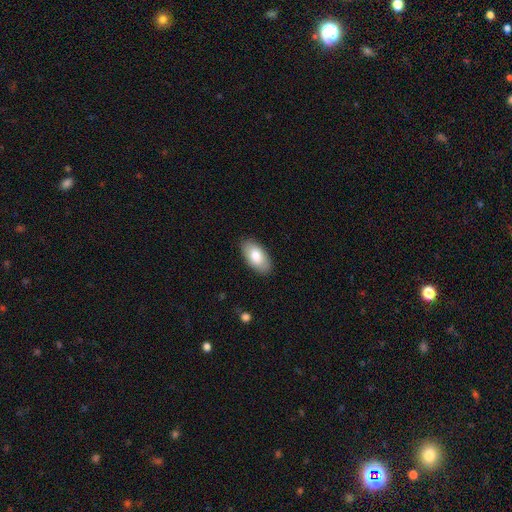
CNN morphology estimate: This is clearly a smooth galaxy (80%). How rounded: clearly in between (95%). Merging: clearly none (88%).